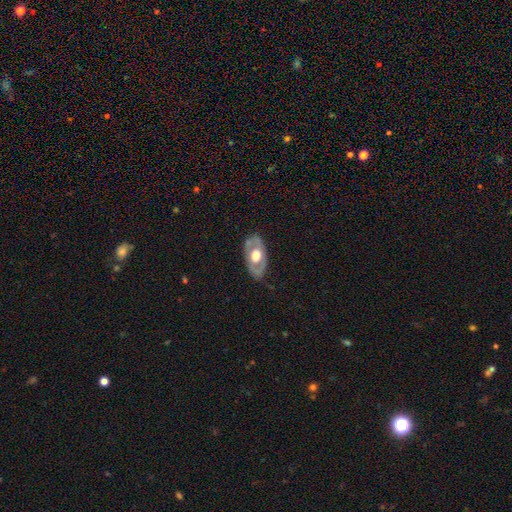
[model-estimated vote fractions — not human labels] This appears to be a featured or disk galaxy (58%). Merging: none (79%).